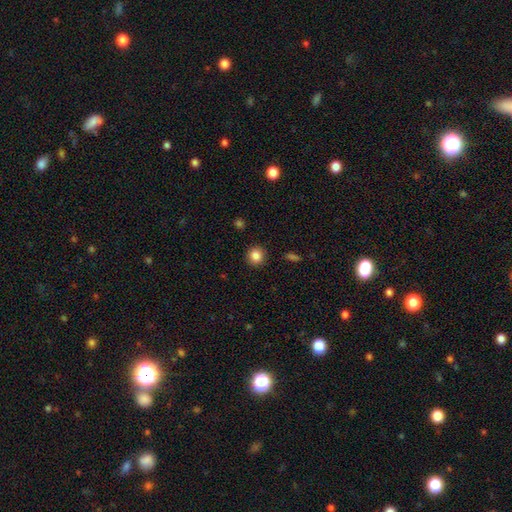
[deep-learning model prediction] A smooth galaxy with no disk features (85%) that is round (91%).

Vote fractions:
- Smooth or featured? smooth: 85% / star or artifact: 10% / featured or disk: 5%
- How rounded? round: 91% / in between: 8% / cigar-shaped: 1%
- Merging? none: 91% / minor disturbance: 6% / major disturbance: 2% / merger: 1%